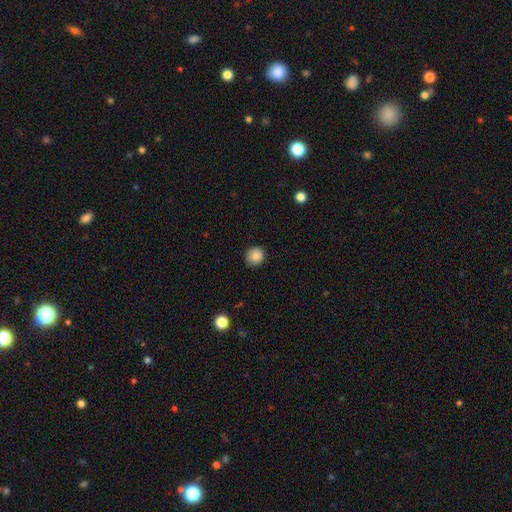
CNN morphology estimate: This appears to be a smooth galaxy with no disk features (87%) that is round (91%). Merging: none (86%).